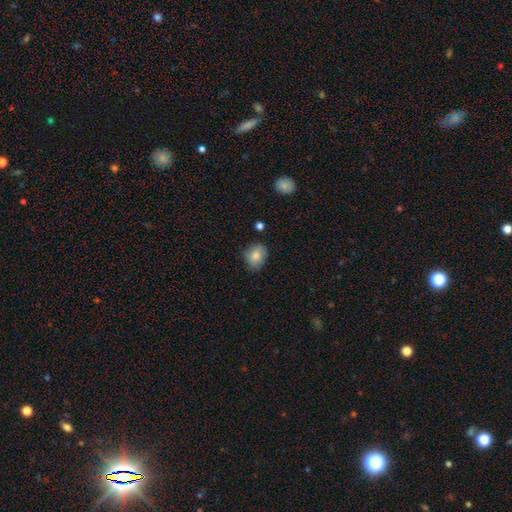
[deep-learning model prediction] smooth-or-featured: smooth: 83% | featured or disk: 9% | star or artifact: 8%
  how-rounded: round: 50% | in between: 49% | cigar-shaped: 1%
  merging: none: 76% | minor disturbance: 18% | major disturbance: 3% | merger: 2%